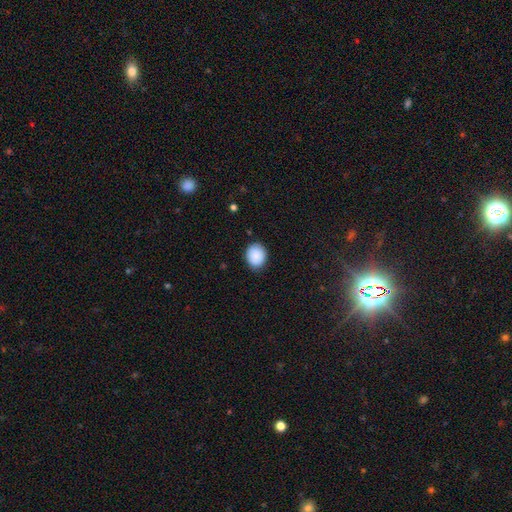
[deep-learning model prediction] The model was most divided on "how rounded": round: 56%, in between: 43%, cigar-shaped: 1%. More confident: smooth or featured — smooth (89%); merging — none (86%).